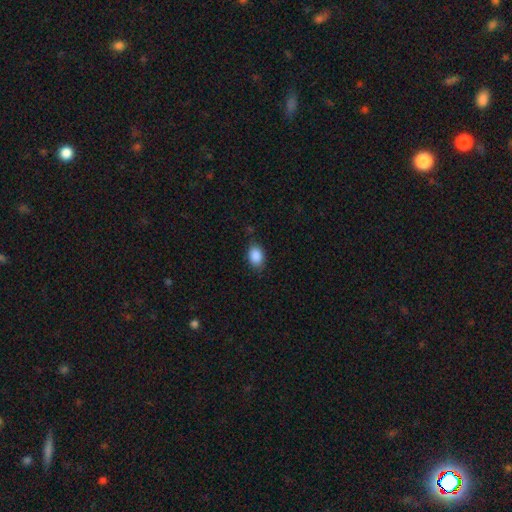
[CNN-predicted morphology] This is clearly a smooth galaxy (88%). How rounded: clearly in between (81%). Merging: clearly none (80%).